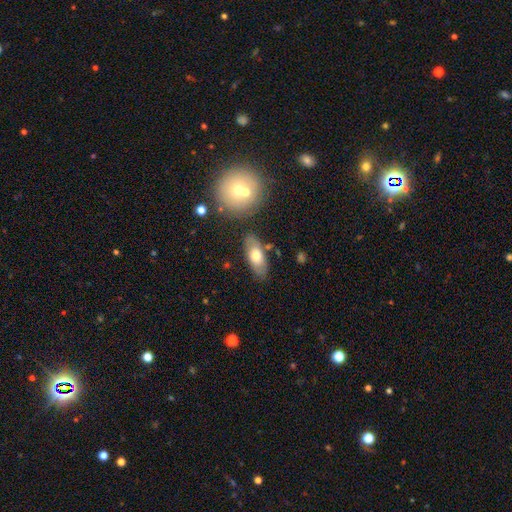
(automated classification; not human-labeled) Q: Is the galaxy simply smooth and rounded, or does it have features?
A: smooth — 66%.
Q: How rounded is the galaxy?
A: in between — 86%.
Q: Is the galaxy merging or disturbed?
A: none — 77%.